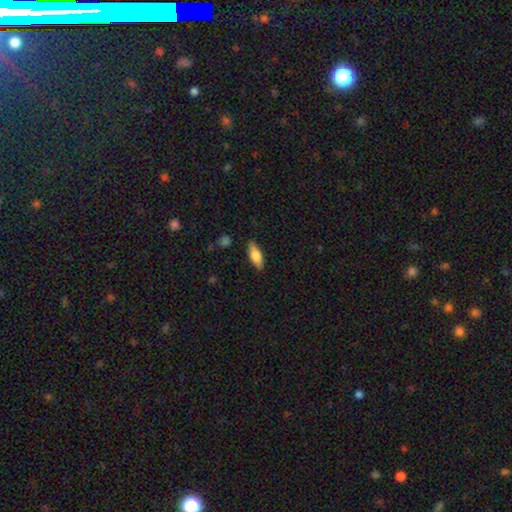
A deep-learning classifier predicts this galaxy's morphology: type=smooth (72%); roundness=in between (64%); merging=none (85%).